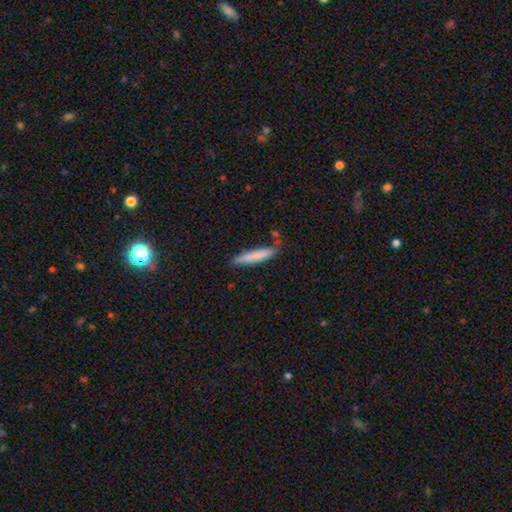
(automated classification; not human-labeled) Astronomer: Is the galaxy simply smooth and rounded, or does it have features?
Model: smooth — 78%.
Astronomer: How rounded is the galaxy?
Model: cigar-shaped — 92%.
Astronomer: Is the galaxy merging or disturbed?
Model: none — 75%.